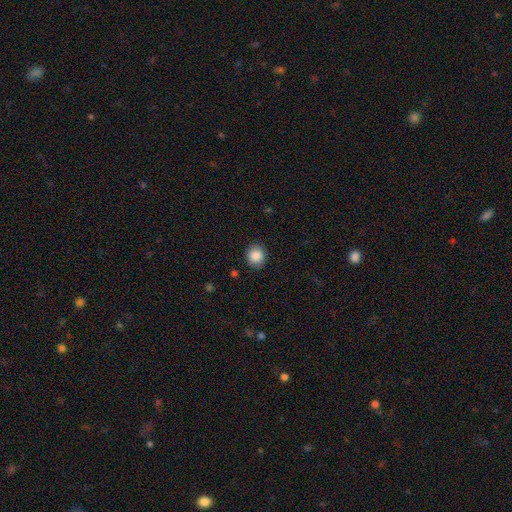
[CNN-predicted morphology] This appears to be a smooth galaxy with no disk features (88%) that is round (81%). Merging: none (87%).